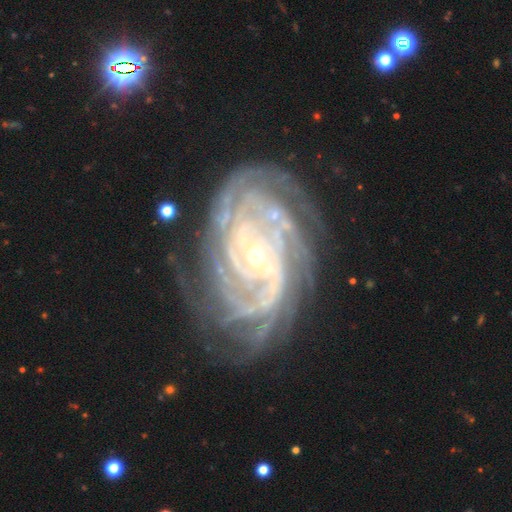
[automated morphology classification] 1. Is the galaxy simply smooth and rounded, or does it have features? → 92% featured or disk, 5% star or artifact, 3% smooth.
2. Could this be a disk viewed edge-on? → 97% no, 3% yes.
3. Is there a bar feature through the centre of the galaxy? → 59% no, 27% weak, 14% strong.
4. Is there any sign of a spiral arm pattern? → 98% yes, 2% no.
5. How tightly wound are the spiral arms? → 76% tight, 20% medium, 3% loose.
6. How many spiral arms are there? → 22% 4, 20% can't tell, 20% more than 4, 15% 3, 14% 2, 8% 1.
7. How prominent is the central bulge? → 70% small, 26% moderate, 2% large, 1% none, 1% dominant.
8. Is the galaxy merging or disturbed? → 72% none, 18% minor disturbance, 8% major disturbance, 2% merger.